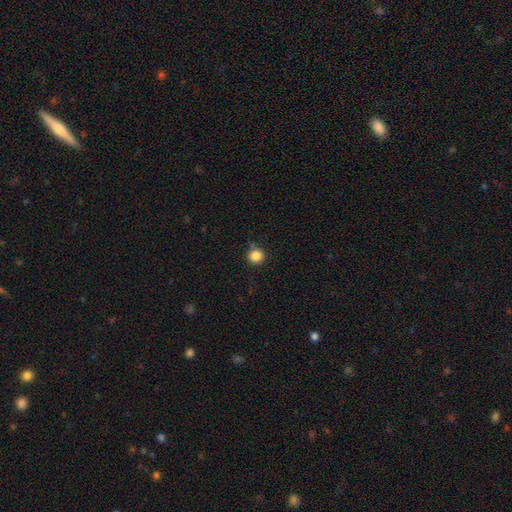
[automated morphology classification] smooth 85%, star or artifact 11%, featured or disk 4%. Down the decision tree: how rounded — round (93%); merging — none (84%).